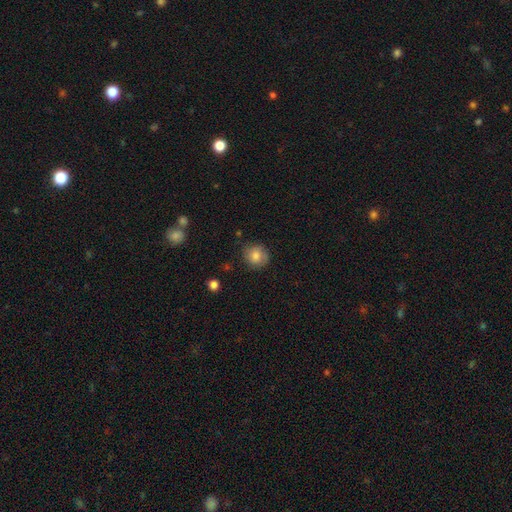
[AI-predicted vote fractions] smooth_or_featured: smooth (p=0.82) [alt: featured or disk p=0.09]
how_rounded: round (p=0.86) [alt: in between p=0.13]
merging: none (p=0.79) [alt: minor disturbance p=0.16]